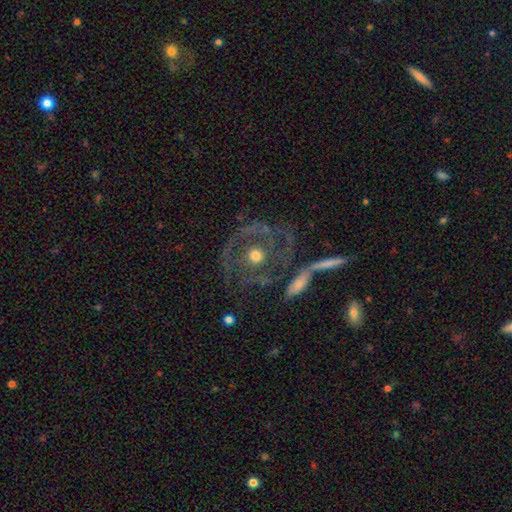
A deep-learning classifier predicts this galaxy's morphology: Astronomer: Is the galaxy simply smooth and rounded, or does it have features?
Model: featured or disk — 71%.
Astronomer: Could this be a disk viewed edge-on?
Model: no — 94%.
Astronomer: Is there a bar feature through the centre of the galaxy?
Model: no — 84%.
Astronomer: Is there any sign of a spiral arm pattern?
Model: yes — 61% (runner-up: no, 39%).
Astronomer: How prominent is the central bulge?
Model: moderate — 66%.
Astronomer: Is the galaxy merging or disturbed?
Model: none — 63%.